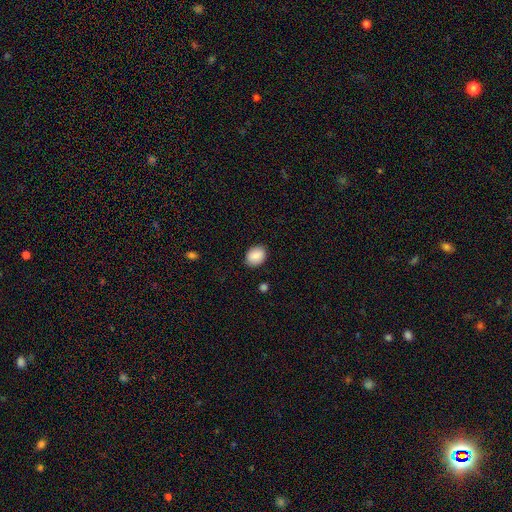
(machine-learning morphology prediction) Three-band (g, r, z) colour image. It shows a smooth galaxy with no disk features (89%) that is in between round and cigar-shaped (63%). Merging: none (88%).